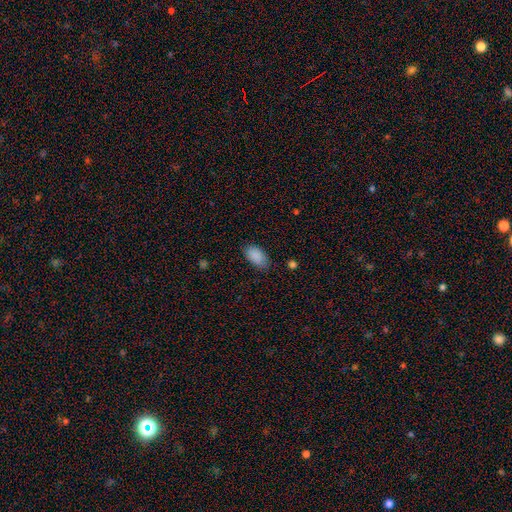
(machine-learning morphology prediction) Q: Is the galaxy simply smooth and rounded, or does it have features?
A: smooth — 89%.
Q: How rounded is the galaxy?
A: in between — 94%.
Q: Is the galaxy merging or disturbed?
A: none — 78%.